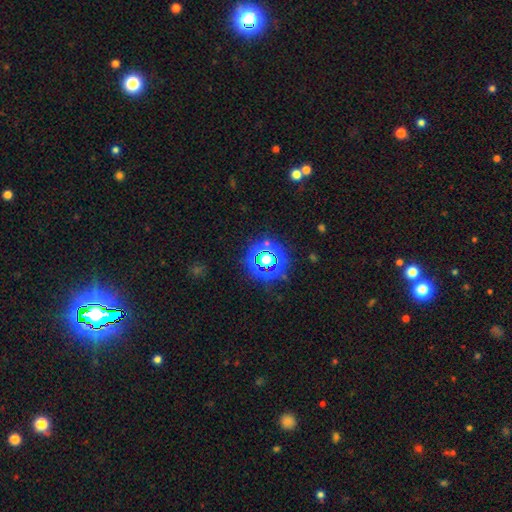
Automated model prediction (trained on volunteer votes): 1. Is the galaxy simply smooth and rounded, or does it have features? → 79% star or artifact, 14% smooth, 7% featured or disk.